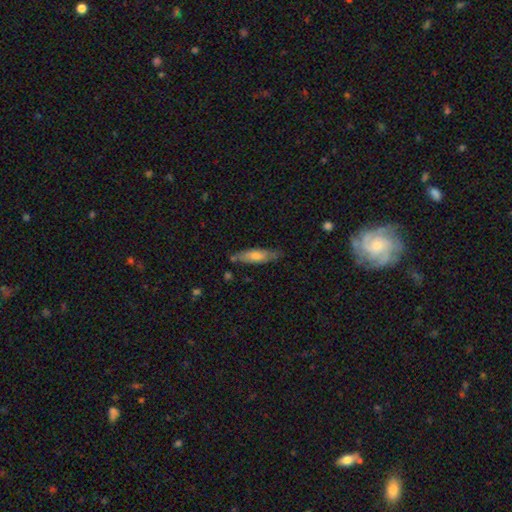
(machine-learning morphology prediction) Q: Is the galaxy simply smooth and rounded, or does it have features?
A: smooth — 59%.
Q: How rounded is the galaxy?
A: cigar-shaped — 58%.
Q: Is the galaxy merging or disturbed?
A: none — 72%.